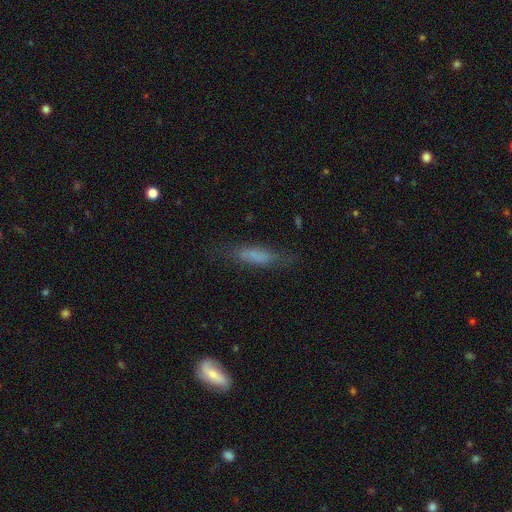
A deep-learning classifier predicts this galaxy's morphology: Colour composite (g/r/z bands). It shows a smooth galaxy with no disk features (67%) that is cigar-shaped (67%). Merging: none (66%).